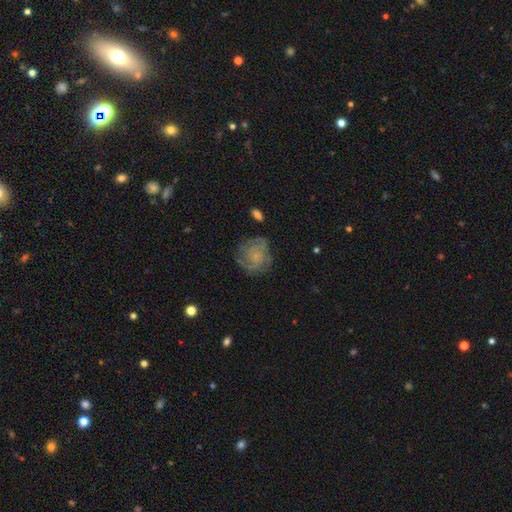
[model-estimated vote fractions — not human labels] The model was most divided on "spiral arm count": can't tell: 35%, 2: 23%, 3: 21%, 4: 10%, 1: 6%, more than 4: 5%. More confident: edge-on disk — no (98%); spiral arms — yes (89%); bar — no (78%); smooth or featured — featured or disk (70%); merging — none (69%); bulge size — small (65%); spiral winding — tight (61%).